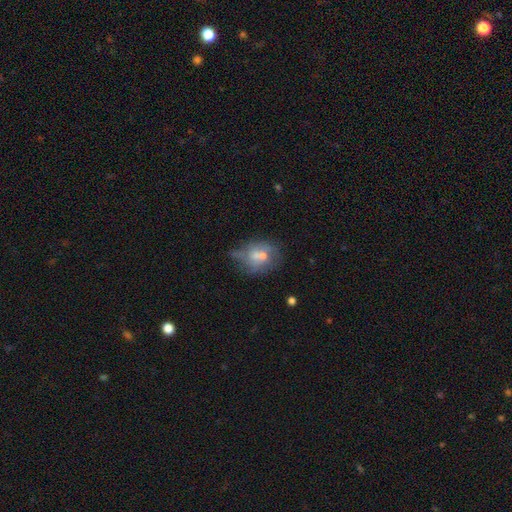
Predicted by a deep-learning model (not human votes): Smooth or featured? smooth (48%)
Merging? none (42%)